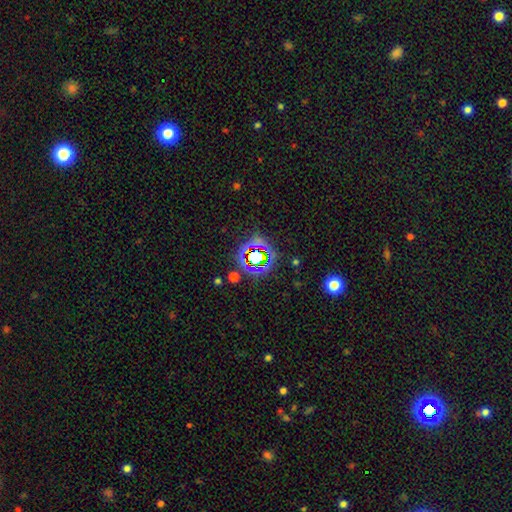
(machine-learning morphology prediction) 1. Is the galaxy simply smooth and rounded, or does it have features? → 66% star or artifact, 22% smooth, 11% featured or disk.